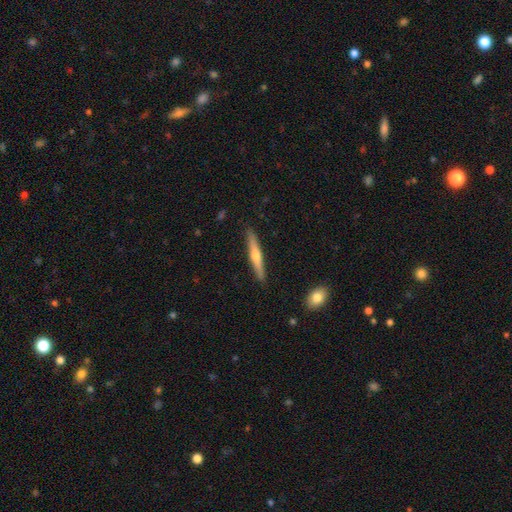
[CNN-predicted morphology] This appears to be a featured or disk galaxy (58%) viewed edge-on (97%) with a rounded central bulge (85%). Merging: none (90%).